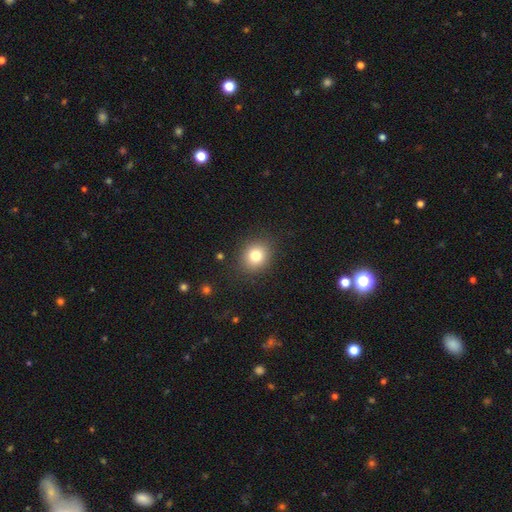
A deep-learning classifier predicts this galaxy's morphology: Smooth or featured? smooth (80%)
How rounded? round (74%)
Merging? none (88%)